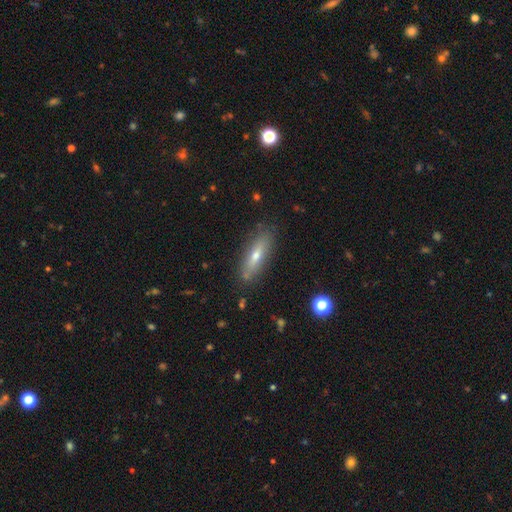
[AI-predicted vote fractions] smooth-or-featured: smooth: 51% | featured or disk: 42% | star or artifact: 8%
  how-rounded: cigar-shaped: 66% | in between: 32% | round: 2%
  merging: none: 84% | minor disturbance: 11% | major disturbance: 3% | merger: 2%